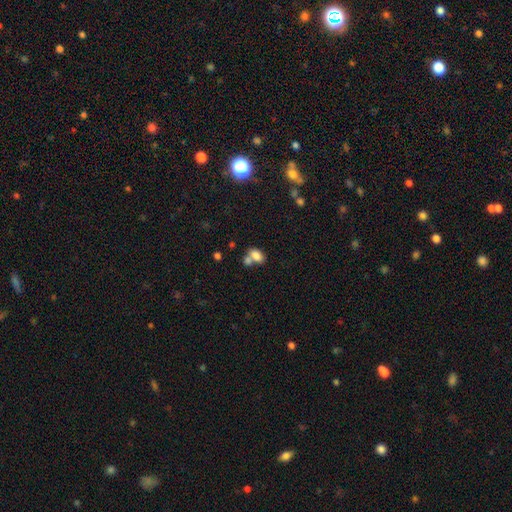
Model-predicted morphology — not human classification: This is likely a smooth galaxy (80%). How rounded: clearly in between (87%). Merging: possibly merger (52%).